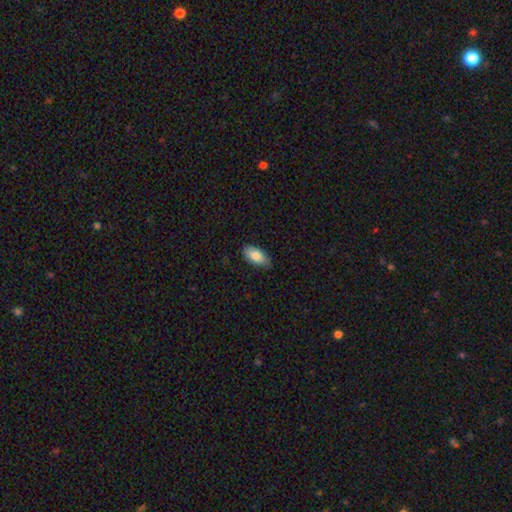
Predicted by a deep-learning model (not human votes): This appears to be a smooth galaxy with no disk features (83%) that is in between round and cigar-shaped (93%). Merging: none (82%).